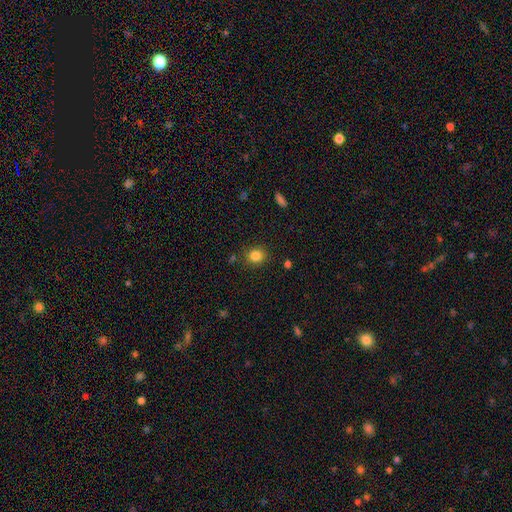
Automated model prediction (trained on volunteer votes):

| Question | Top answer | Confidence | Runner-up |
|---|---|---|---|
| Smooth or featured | smooth | 83% | star or artifact (12%) |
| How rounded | round | 82% | in between (17%) |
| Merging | none | 86% | minor disturbance (9%) |